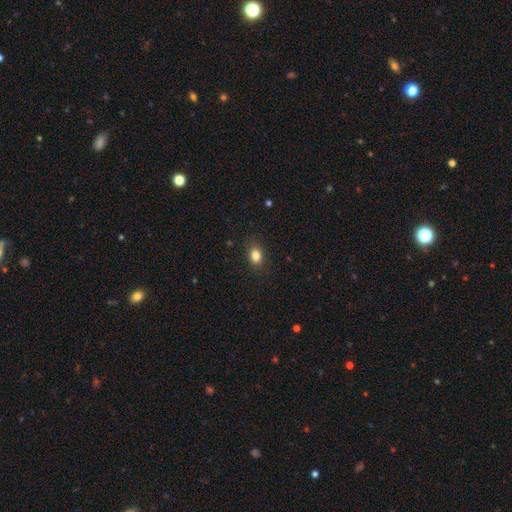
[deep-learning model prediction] A smooth galaxy with no disk features (83%) that is in between round and cigar-shaped (64%). Merging: none (84%).